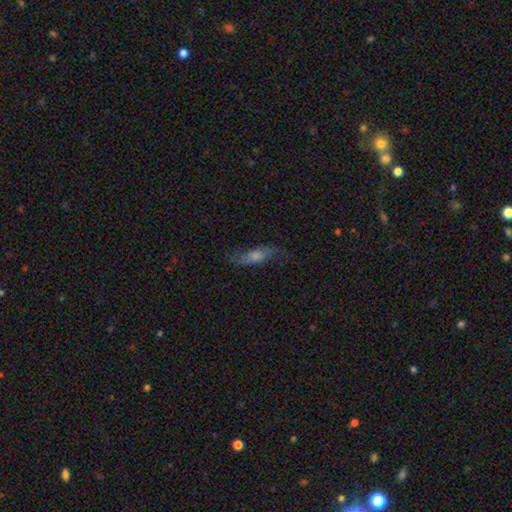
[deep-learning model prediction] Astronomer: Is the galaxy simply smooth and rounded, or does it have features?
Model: featured or disk — 53% (runner-up: smooth, 37%).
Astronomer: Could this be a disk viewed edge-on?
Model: yes — 51% (runner-up: no, 49%).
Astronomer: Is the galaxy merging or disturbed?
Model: none — 74%.